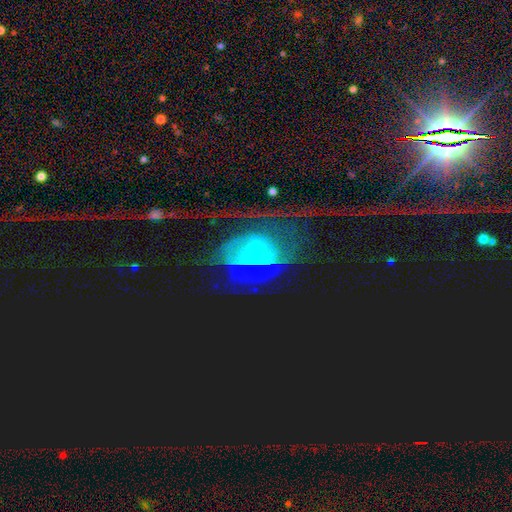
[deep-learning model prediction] Overall: featured or disk (66%). Edge-on disk: no (95%). Bar: no (55%; weak 32%). Spiral arms: yes (67%; no 33%). Bulge size: small (58%; moderate 28%). Merging: major disturbance (41%; none 35%).